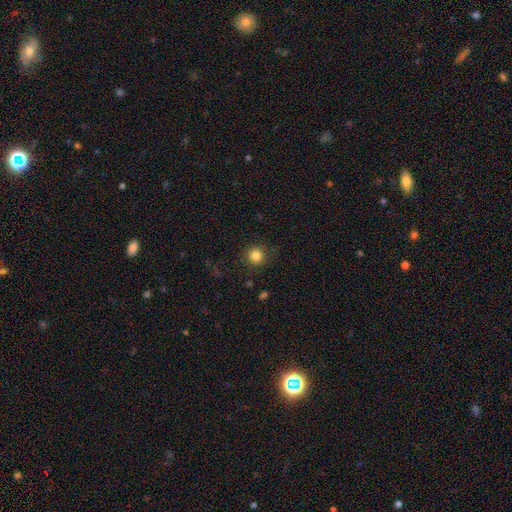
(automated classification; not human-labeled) Morphology: type=smooth (83%); roundness=round (94%); merging=none (89%).